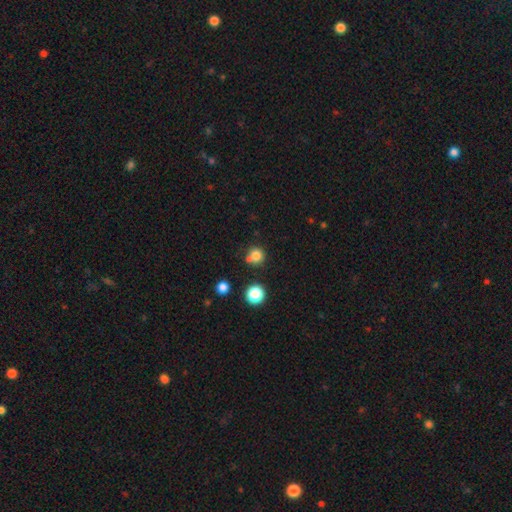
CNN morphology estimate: smooth 80%, star or artifact 14%, featured or disk 6%. Down the decision tree: how rounded — round (91%); merging — none (67%).